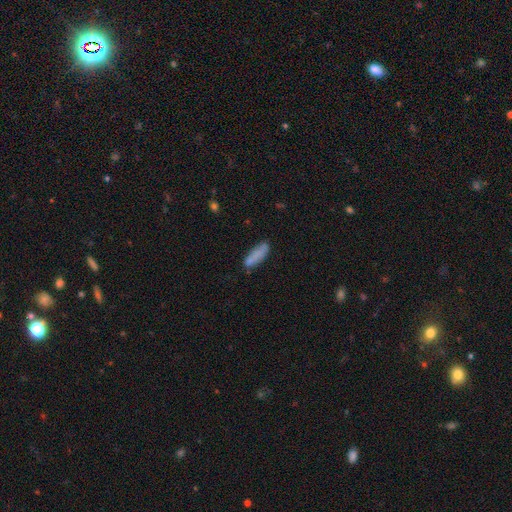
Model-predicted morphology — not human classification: This appears to be a smooth galaxy with no disk features (82%) that is cigar-shaped (51%). Merging: none (69%).